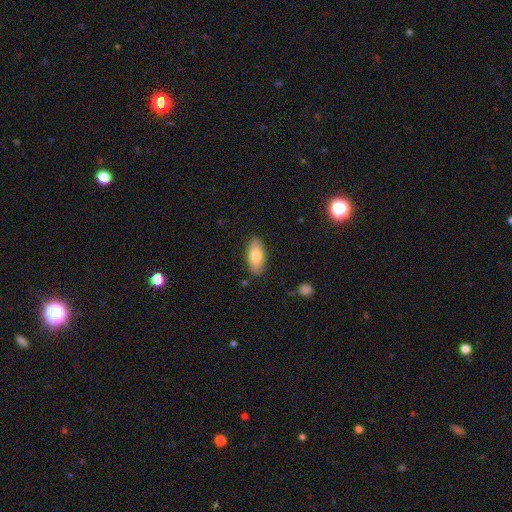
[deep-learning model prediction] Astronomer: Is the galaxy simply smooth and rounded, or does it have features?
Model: smooth — 77%.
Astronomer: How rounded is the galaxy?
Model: in between — 87%.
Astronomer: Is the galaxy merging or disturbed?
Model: none — 86%.